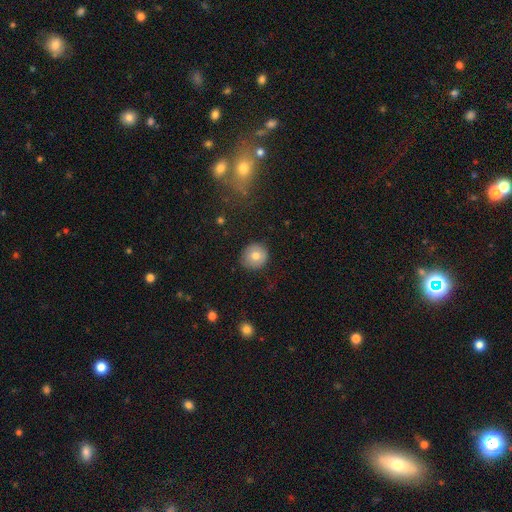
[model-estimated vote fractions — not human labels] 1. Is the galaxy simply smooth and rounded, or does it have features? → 76% smooth, 15% featured or disk, 9% star or artifact.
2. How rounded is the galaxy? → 90% round, 9% in between, 1% cigar-shaped.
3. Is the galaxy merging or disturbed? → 87% none, 10% minor disturbance, 2% major disturbance, 1% merger.